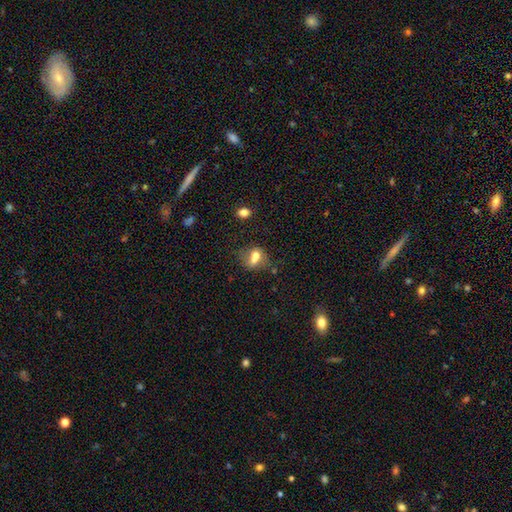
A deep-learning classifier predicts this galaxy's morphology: A smooth galaxy with no disk features (65%) that is in between round and cigar-shaped (57%). Merging: none (38%).